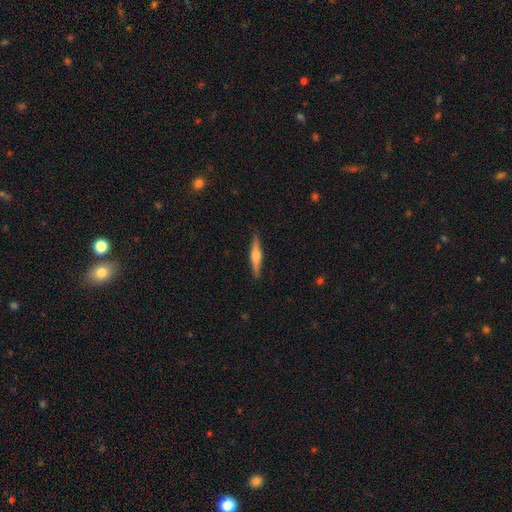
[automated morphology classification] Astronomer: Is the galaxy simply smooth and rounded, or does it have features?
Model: featured or disk — 61%.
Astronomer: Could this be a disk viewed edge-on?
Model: yes — 97%.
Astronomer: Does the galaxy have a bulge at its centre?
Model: rounded — 86%.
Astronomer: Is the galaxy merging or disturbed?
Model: none — 89%.